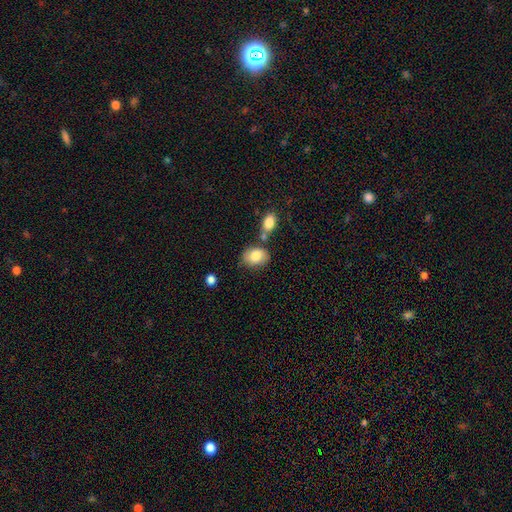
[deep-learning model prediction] This is clearly a smooth galaxy (82%). How rounded: likely in between (71%). Merging: likely none (61%).